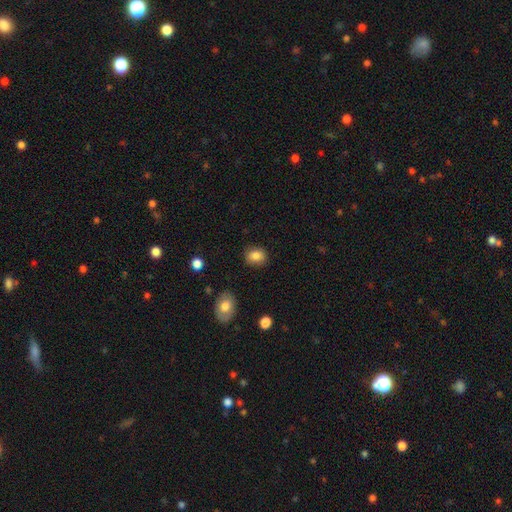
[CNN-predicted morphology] A smooth galaxy with no disk features (84%) that is round (53%). Merging: none (85%).